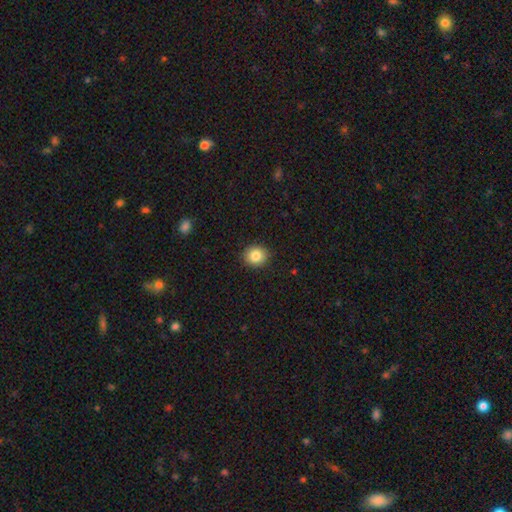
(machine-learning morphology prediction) Q: Smooth or featured?
A: smooth (84%); runner-up: star or artifact (10%)
Q: How rounded?
A: round (81%); runner-up: in between (18%)
Q: Merging?
A: none (91%); runner-up: minor disturbance (6%)